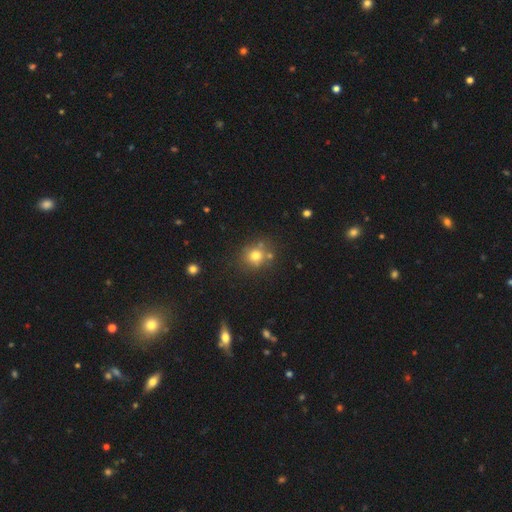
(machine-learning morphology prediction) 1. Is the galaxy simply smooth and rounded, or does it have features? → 74% smooth, 15% star or artifact, 11% featured or disk.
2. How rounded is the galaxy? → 82% round, 17% in between, 1% cigar-shaped.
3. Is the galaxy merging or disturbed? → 70% none, 13% minor disturbance, 12% merger, 5% major disturbance.